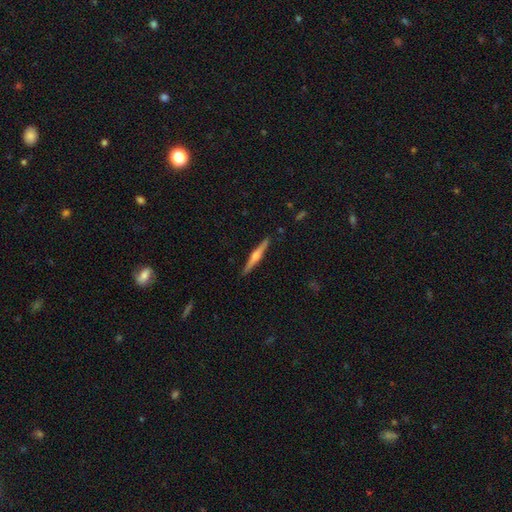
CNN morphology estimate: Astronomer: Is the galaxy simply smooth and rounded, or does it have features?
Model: featured or disk — 72%.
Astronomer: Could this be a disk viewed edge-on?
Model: yes — 98%.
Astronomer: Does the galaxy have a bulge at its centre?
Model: rounded — 89%.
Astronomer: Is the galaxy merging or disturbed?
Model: none — 91%.